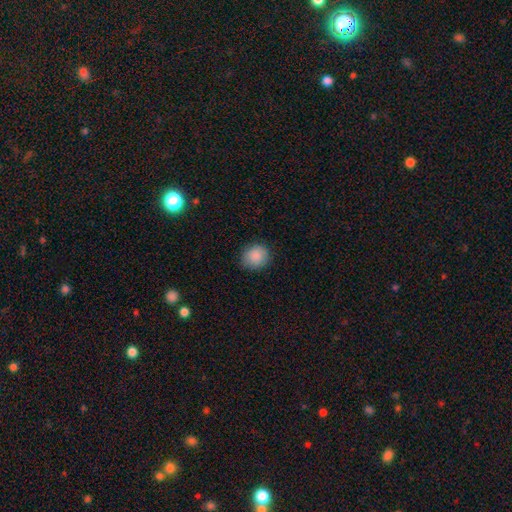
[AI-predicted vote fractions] Smooth or featured?
  - smooth: 88% *
  - star or artifact: 8%
  - featured or disk: 4%
How rounded?
  - round: 83% *
  - in between: 16%
  - cigar-shaped: 1%
Merging?
  - none: 86% *
  - minor disturbance: 11%
  - major disturbance: 3%
  - merger: 1%